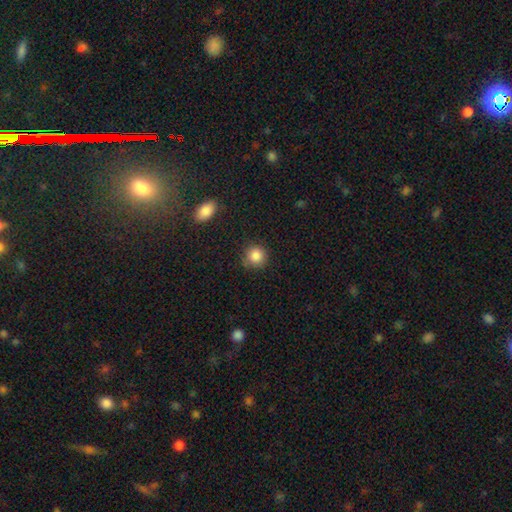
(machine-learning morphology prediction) The model was most divided on "merging": none: 84%, minor disturbance: 11%, major disturbance: 3%, merger: 2%. More confident: how rounded — round (92%); smooth or featured — smooth (86%).